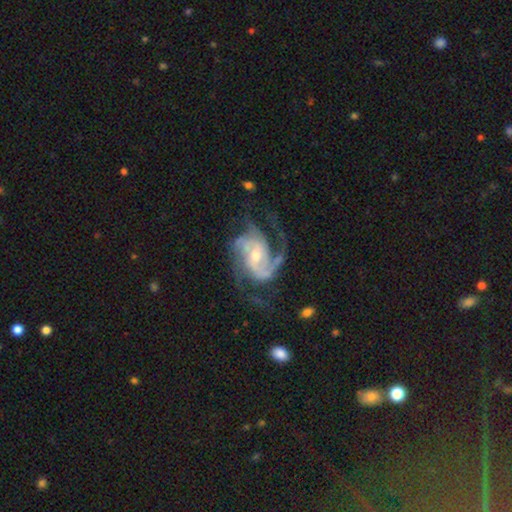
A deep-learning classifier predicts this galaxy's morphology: type=featured or disk (91%); edge-on=no (98%); bar=no (45%); spiral arms=yes (97%); winding=medium (48%); arm count=2 (34%, tied with 3); bulge=moderate (51%); merging=none (59%).